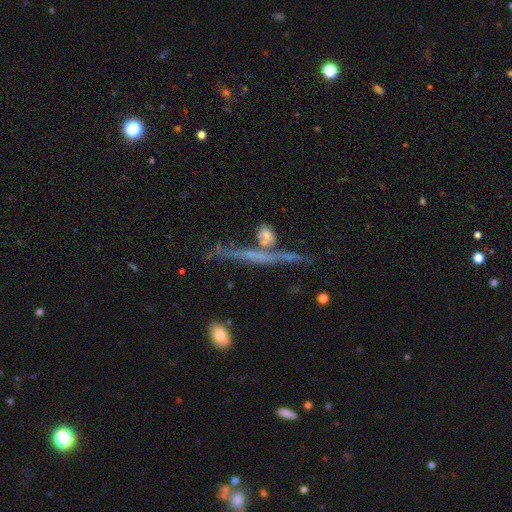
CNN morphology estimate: Smooth or featured?
  - featured or disk: 62% *
  - smooth: 25%
  - star or artifact: 13%
Edge-on disk?
  - yes: 89% *
  - no: 11%
Edge-on bulge?
  - none: 72% *
  - rounded: 19%
  - boxy: 9%
Merging?
  - none: 65% *
  - merger: 16%
  - minor disturbance: 13%
  - major disturbance: 6%